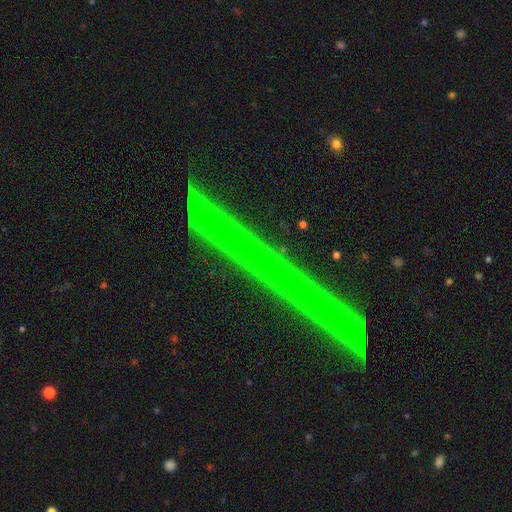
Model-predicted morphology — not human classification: Overall: star or artifact (46%; featured or disk 45%).